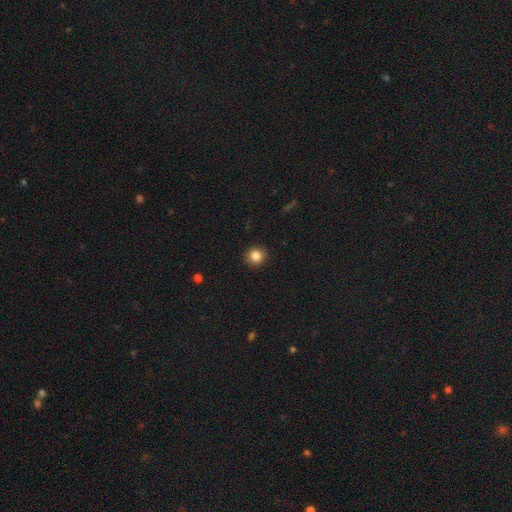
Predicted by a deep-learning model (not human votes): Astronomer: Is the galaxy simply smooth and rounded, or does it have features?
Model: smooth — 84%.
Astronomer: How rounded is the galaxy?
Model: round — 92%.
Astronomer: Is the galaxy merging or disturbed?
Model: none — 92%.